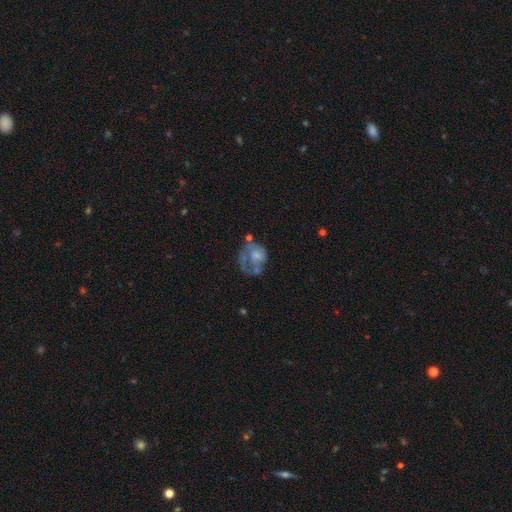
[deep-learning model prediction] smooth-or-featured: featured or disk: 51% | smooth: 40% | star or artifact: 10%
  disk-edge-on: no: 98% | yes: 2%
  merging: major disturbance: 36% | none: 31% | minor disturbance: 21% | merger: 11%